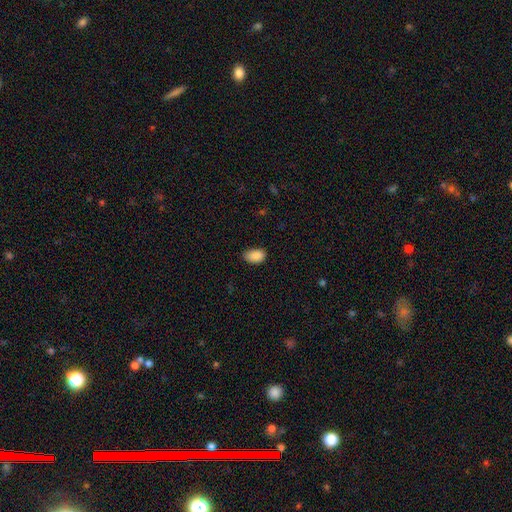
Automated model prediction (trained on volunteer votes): Morphology: type=smooth (89%); roundness=in between (89%); merging=none (74%).